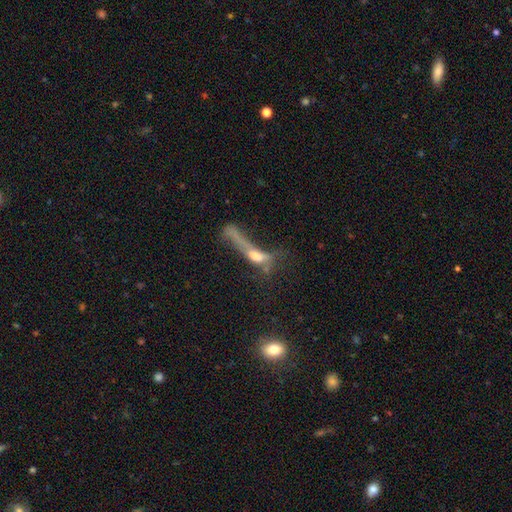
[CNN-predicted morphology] type=featured or disk (46%); merging=major disturbance (52%).